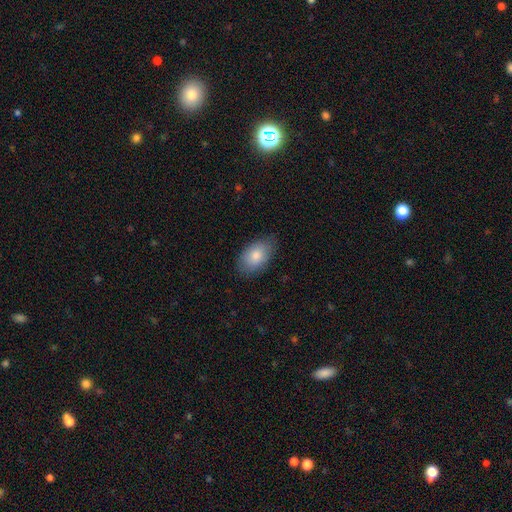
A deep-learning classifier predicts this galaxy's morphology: Q: Smooth or featured?
A: smooth (82%); runner-up: featured or disk (12%)
Q: How rounded?
A: in between (93%); runner-up: round (6%)
Q: Merging?
A: none (80%); runner-up: minor disturbance (16%)